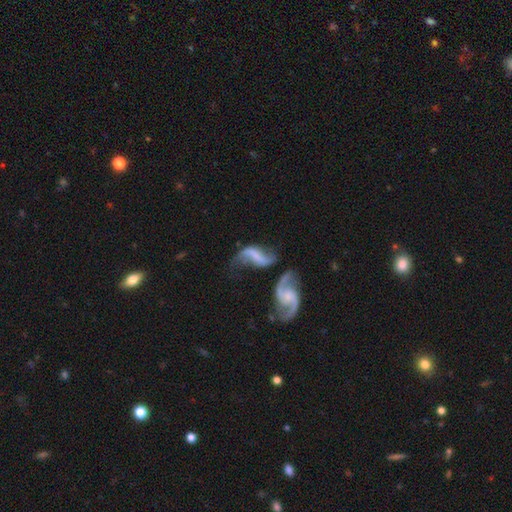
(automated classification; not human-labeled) Overall: featured or disk (76%). Edge-on disk: no (95%). Bar: weak (41%; no 30%). Spiral arms: yes (89%). Spiral arm count: 2 (88%). Spiral winding: loose (81%). Bulge size: none (59%; small 24%). Merging: none (40%; minor disturbance 21%).